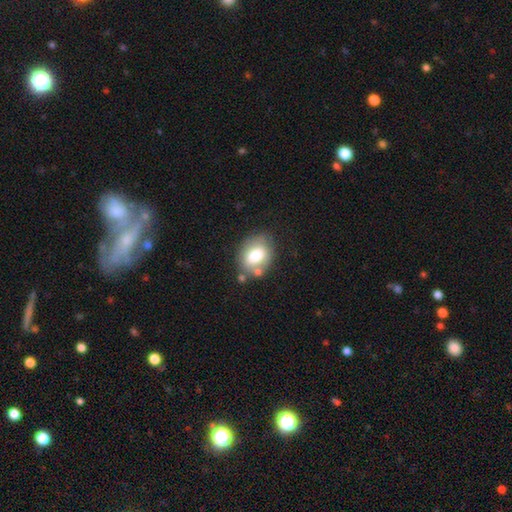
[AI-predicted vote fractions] Smooth or featured? Predicted: smooth (p=0.73). How rounded? Predicted: in between (p=0.72). Merging? Predicted: none (p=0.66).